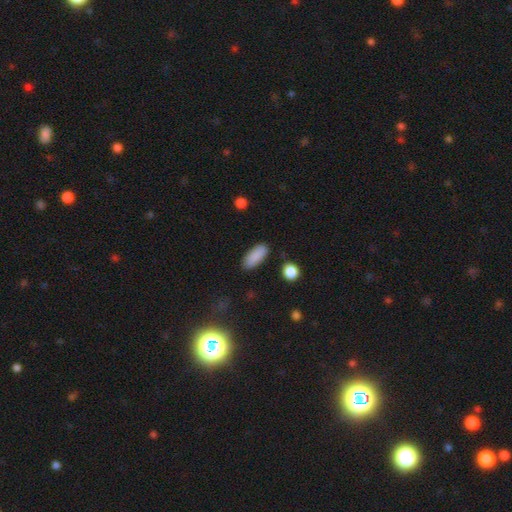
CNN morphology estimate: A smooth galaxy with no disk features (89%) that is in between round and cigar-shaped (80%).

Vote fractions:
- Smooth or featured? smooth: 89% / star or artifact: 7% / featured or disk: 4%
- How rounded? in between: 80% / cigar-shaped: 17% / round: 2%
- Merging? none: 86% / minor disturbance: 9% / major disturbance: 2% / merger: 2%